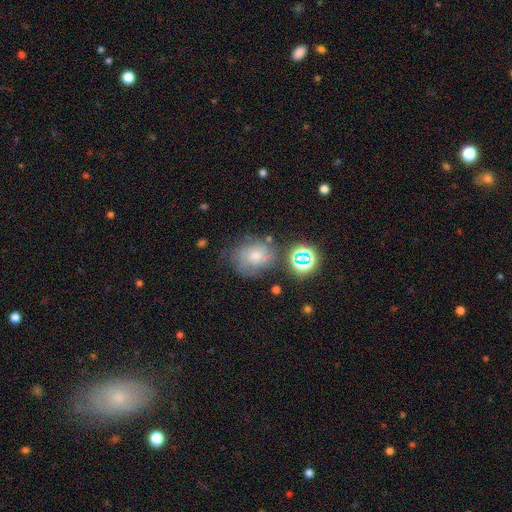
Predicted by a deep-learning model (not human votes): Smooth or featured?
  - smooth: 55% *
  - featured or disk: 26%
  - star or artifact: 18%
How rounded?
  - round: 59% *
  - in between: 40%
  - cigar-shaped: 1%
Merging?
  - none: 46% *
  - minor disturbance: 28%
  - major disturbance: 16%
  - merger: 10%